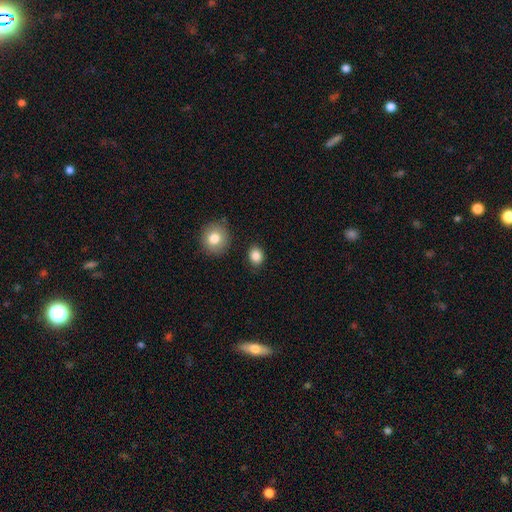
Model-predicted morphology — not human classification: Q: Smooth or featured?
A: smooth (86%); runner-up: star or artifact (9%)
Q: How rounded?
A: round (60%); runner-up: in between (39%)
Q: Merging?
A: none (86%); runner-up: minor disturbance (9%)